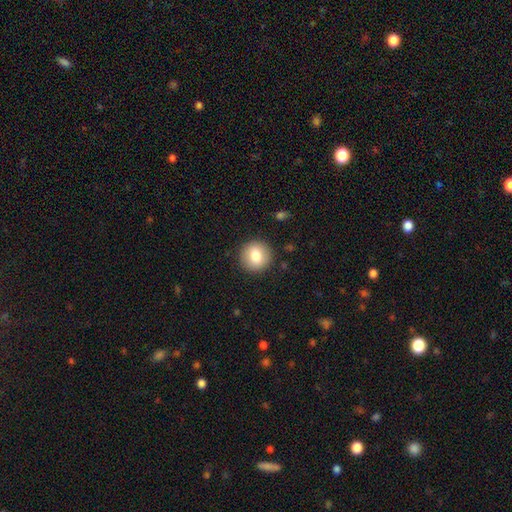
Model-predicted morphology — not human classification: This is likely a smooth galaxy (79%). How rounded: clearly round (92%). Merging: clearly none (90%).